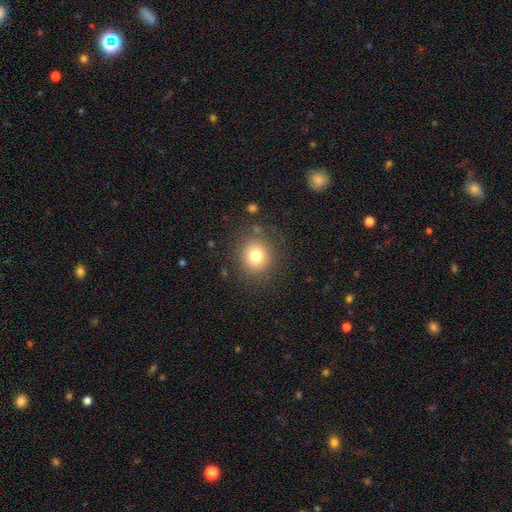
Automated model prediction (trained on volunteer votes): A smooth galaxy with no disk features (78%) that is round (82%).

Vote fractions:
- Smooth or featured? smooth: 78% / star or artifact: 12% / featured or disk: 9%
- How rounded? round: 82% / in between: 17% / cigar-shaped: 1%
- Merging? none: 85% / minor disturbance: 9% / major disturbance: 4% / merger: 2%